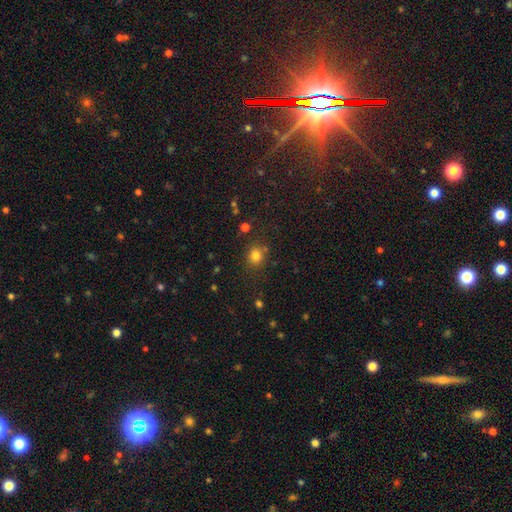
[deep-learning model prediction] smooth_or_featured: smooth (p=0.79) [alt: star or artifact p=0.15]
how_rounded: round (p=0.82) [alt: in between p=0.17]
merging: none (p=0.81) [alt: minor disturbance p=0.10]